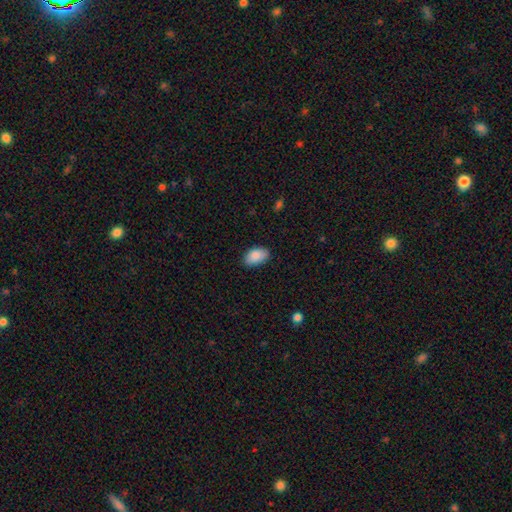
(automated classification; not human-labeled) Smooth or featured? smooth (89%)
How rounded? in between (93%)
Merging? none (84%)